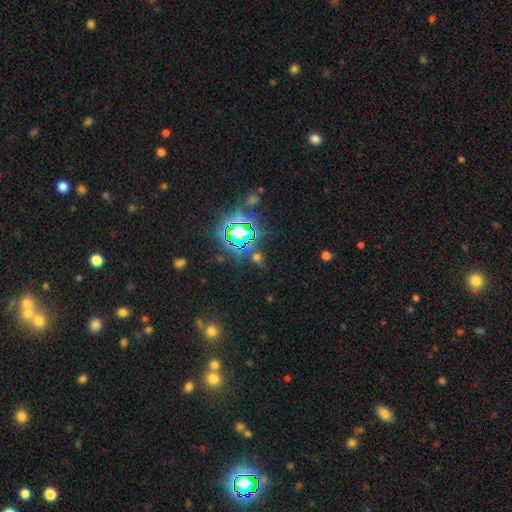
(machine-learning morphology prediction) star or artifact 77%, smooth 15%, featured or disk 8%.